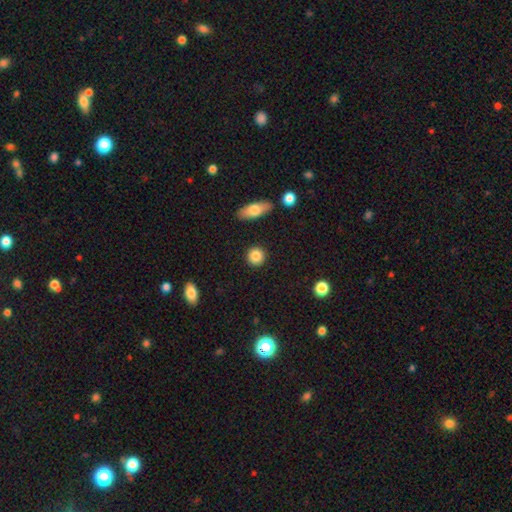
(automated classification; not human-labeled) A smooth galaxy with no disk features (86%) that is round (90%).

Vote fractions:
- Smooth or featured? smooth: 86% / star or artifact: 8% / featured or disk: 6%
- How rounded? round: 90% / in between: 8% / cigar-shaped: 1%
- Merging? none: 91% / minor disturbance: 5% / major disturbance: 2% / merger: 2%